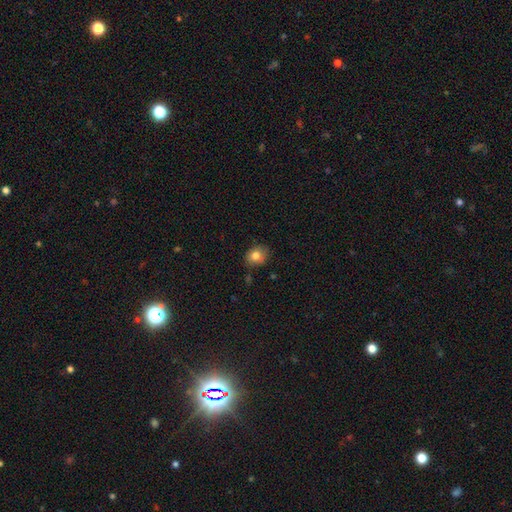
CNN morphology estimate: A smooth galaxy with no disk features (81%) that is round (62%). Merging: none (80%).